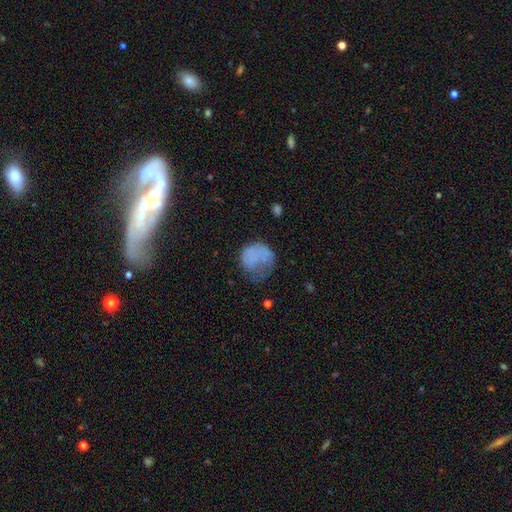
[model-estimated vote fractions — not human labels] Smooth or featured? Predicted: smooth (p=0.67). How rounded? Predicted: round (p=0.71). Merging? Predicted: major disturbance (p=0.36).